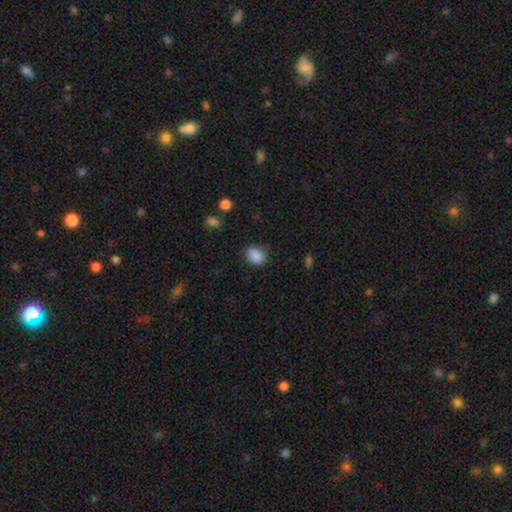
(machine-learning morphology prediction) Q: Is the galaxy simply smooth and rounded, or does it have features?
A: smooth — 88%.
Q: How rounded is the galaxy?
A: in between — 57%.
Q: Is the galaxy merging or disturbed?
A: none — 76%.